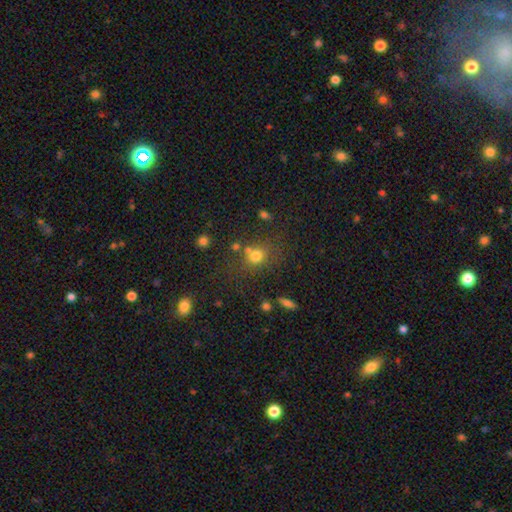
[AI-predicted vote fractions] The model was most divided on "how rounded": round: 68%, in between: 30%, cigar-shaped: 1%. More confident: smooth or featured — smooth (73%); merging — none (60%).